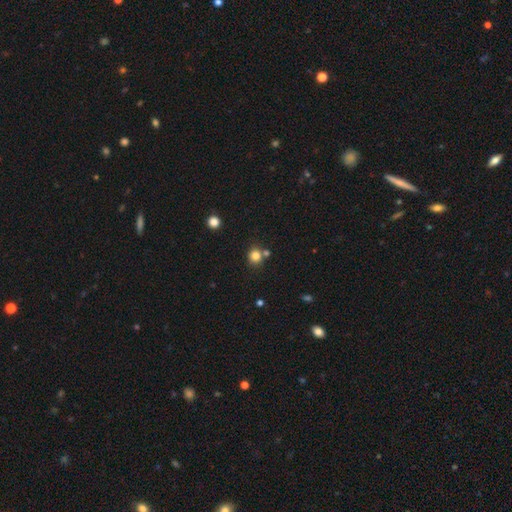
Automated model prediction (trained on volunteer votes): This appears to be a smooth galaxy with no disk features (81%) that is round (85%). Merging: none (70%).